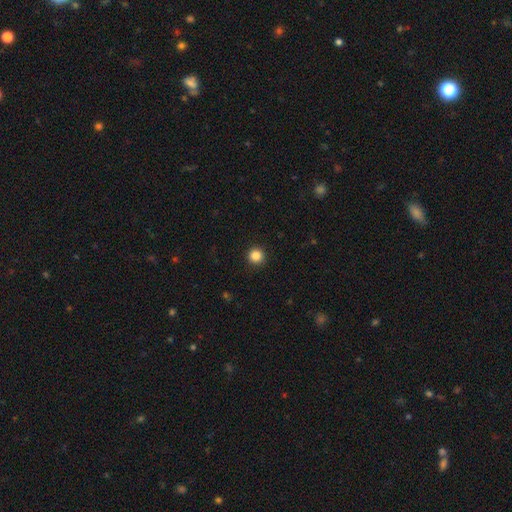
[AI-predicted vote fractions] This appears to be a smooth galaxy with no disk features (86%) that is round (95%). Merging: none (92%).